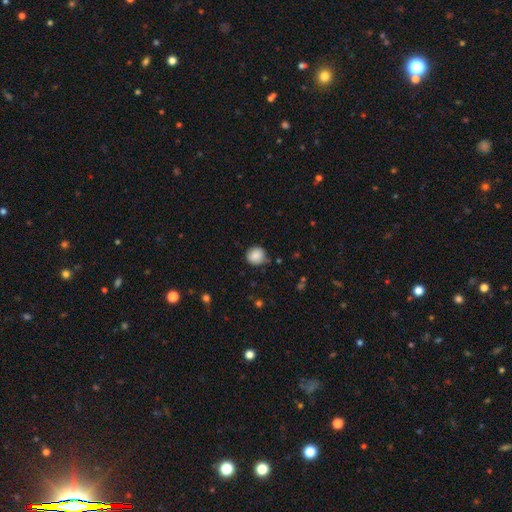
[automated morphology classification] smooth 87%, star or artifact 8%, featured or disk 5%. Down the decision tree: how rounded — round (85%); merging — none (77%).